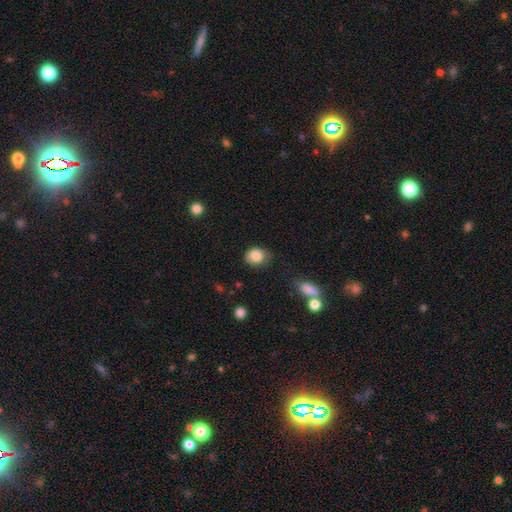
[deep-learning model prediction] A smooth galaxy with no disk features (85%) that is round (52%).

Vote fractions:
- Smooth or featured? smooth: 85% / star or artifact: 8% / featured or disk: 7%
- How rounded? round: 52% / in between: 47% / cigar-shaped: 1%
- Merging? none: 71% / minor disturbance: 22% / major disturbance: 5% / merger: 2%